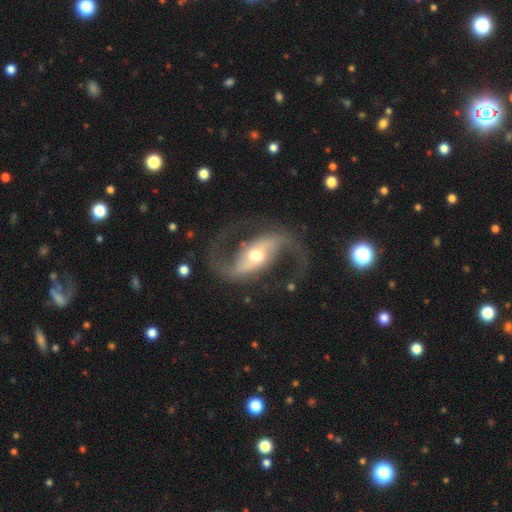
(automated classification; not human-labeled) A featured or disk galaxy (92%) with a strong bar (51%), 2 (94%) loose (48%) spiral arms (97%) and a moderate central bulge (70%). Merging: none (79%).